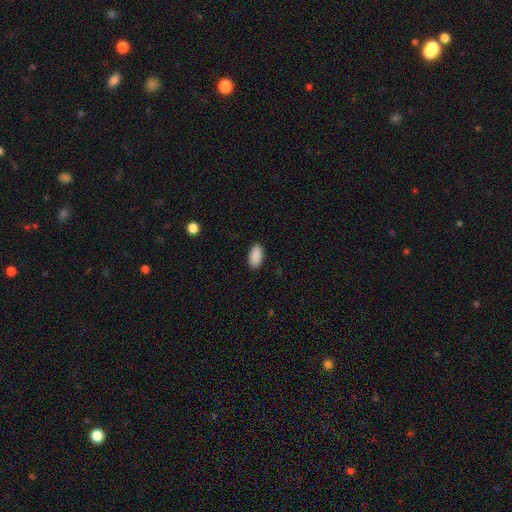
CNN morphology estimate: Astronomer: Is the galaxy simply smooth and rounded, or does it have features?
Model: smooth — 91%.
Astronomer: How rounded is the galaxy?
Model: in between — 94%.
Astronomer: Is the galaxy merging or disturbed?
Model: none — 89%.